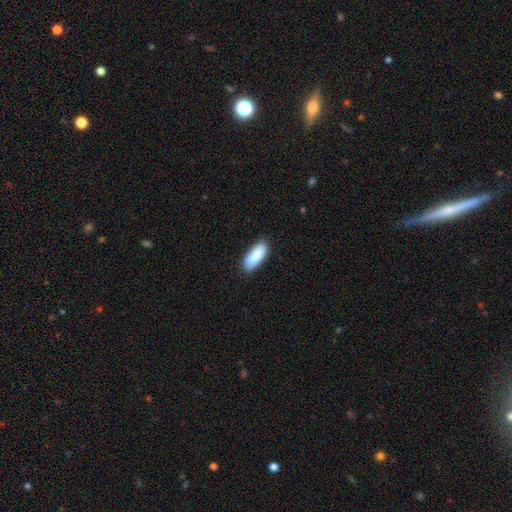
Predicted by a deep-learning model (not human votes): A smooth galaxy with no disk features (87%) that is in between round and cigar-shaped (70%).

Vote fractions:
- Smooth or featured? smooth: 87% / featured or disk: 7% / star or artifact: 6%
- How rounded? in between: 70% / cigar-shaped: 29% / round: 2%
- Merging? none: 80% / minor disturbance: 15% / major disturbance: 3% / merger: 2%